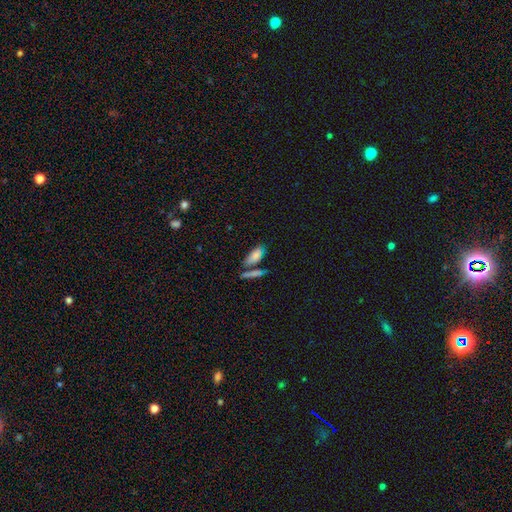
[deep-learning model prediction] smooth 79%, featured or disk 13%, star or artifact 8%. Down the decision tree: how rounded — in between (78%); merging — none (50%).